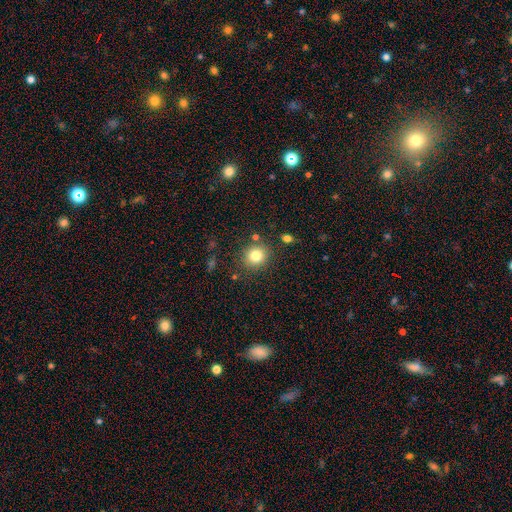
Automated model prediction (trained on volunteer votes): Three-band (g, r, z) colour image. It shows a smooth galaxy with no disk features (80%) that is round (85%). Merging: none (84%).